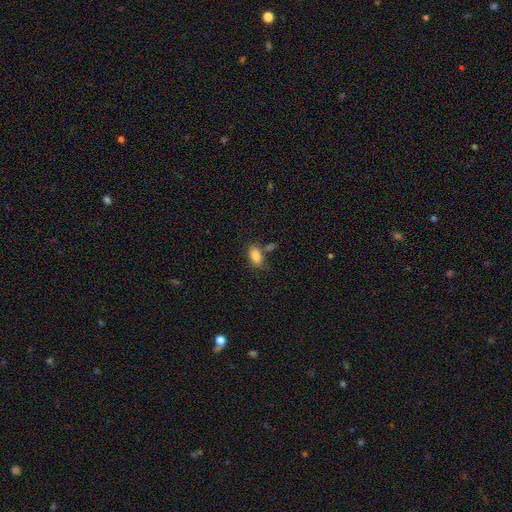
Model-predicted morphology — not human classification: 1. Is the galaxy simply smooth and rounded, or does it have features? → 84% smooth, 9% star or artifact, 7% featured or disk.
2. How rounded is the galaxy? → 89% in between, 8% round, 3% cigar-shaped.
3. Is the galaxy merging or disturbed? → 62% none, 17% merger, 16% minor disturbance, 5% major disturbance.